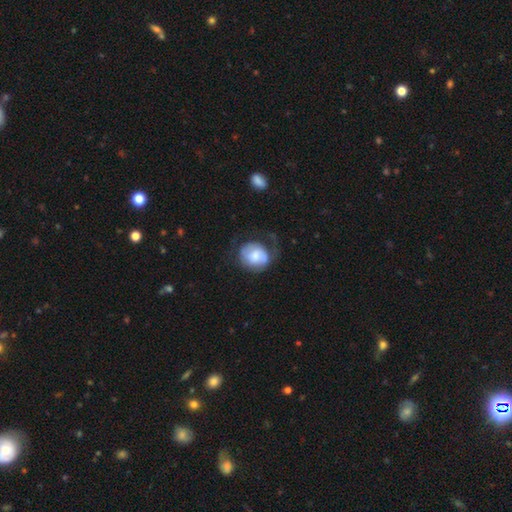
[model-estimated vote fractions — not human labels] A smooth galaxy with no disk features (52%) that is round (72%). Merging: none (44%).